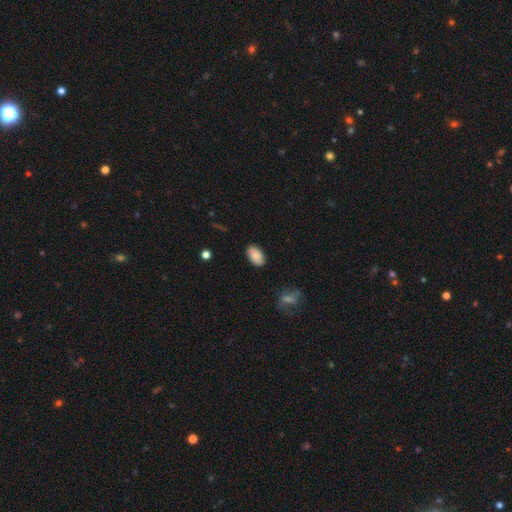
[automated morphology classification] Smooth or featured?
  - smooth: 87% *
  - star or artifact: 7%
  - featured or disk: 5%
How rounded?
  - in between: 94% *
  - round: 5%
  - cigar-shaped: 2%
Merging?
  - none: 87% *
  - minor disturbance: 10%
  - major disturbance: 2%
  - merger: 1%